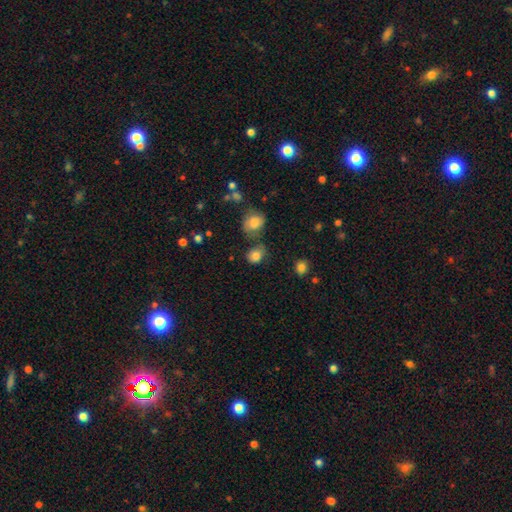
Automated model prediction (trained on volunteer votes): Smooth or featured? smooth (83%)
How rounded? round (63%)
Merging? none (61%)